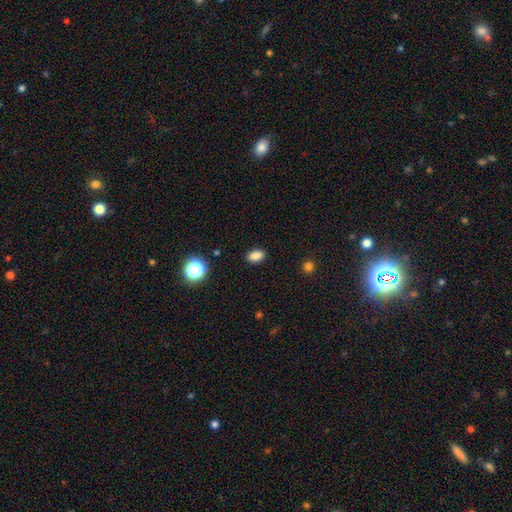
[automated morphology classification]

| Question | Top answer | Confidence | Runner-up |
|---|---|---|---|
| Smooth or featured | smooth | 84% | star or artifact (12%) |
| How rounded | in between | 85% | round (13%) |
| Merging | none | 89% | minor disturbance (8%) |